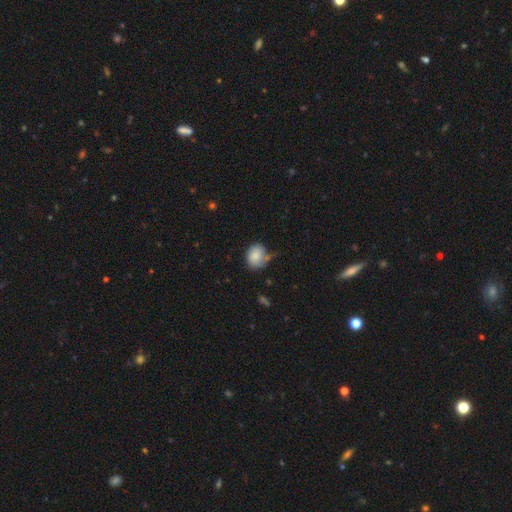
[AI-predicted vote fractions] A smooth galaxy with no disk features (83%) that is round (55%).

Vote fractions:
- Smooth or featured? smooth: 83% / featured or disk: 9% / star or artifact: 8%
- How rounded? round: 55% / in between: 44% / cigar-shaped: 1%
- Merging? none: 56% / minor disturbance: 28% / major disturbance: 10% / merger: 6%